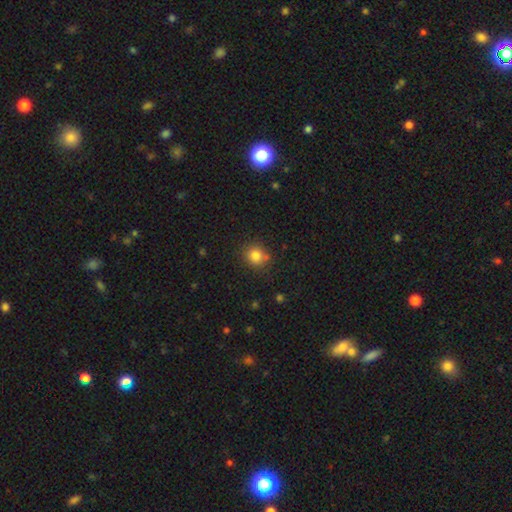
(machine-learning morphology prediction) This is clearly a smooth galaxy (82%). How rounded: clearly round (84%). Merging: likely none (78%).